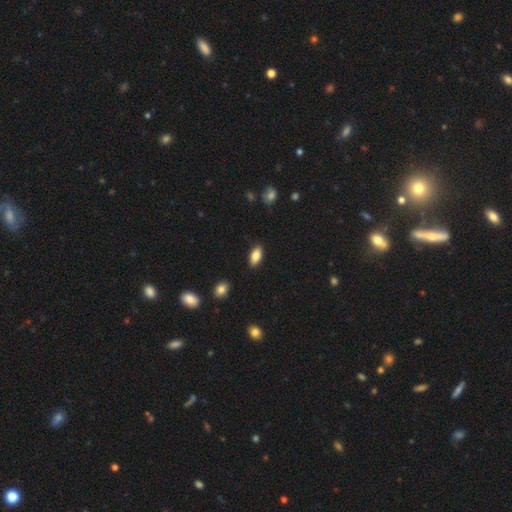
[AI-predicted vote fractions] Smooth or featured: smooth — 86% (featured or disk — 7%)
How rounded: in between — 90% (cigar-shaped — 7%)
Merging: none — 87% (minor disturbance — 9%)